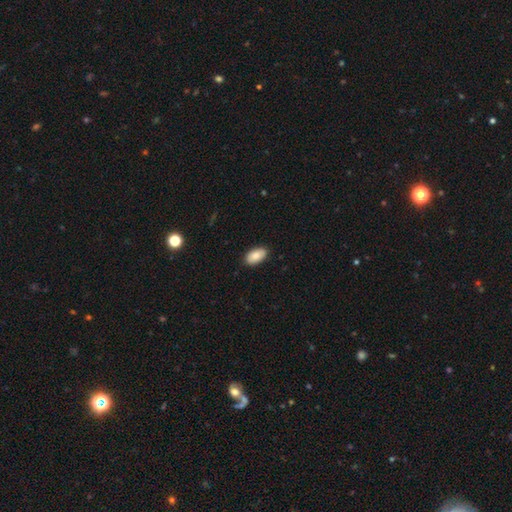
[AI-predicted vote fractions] Morphology: type=smooth (87%); roundness=in between (95%); merging=none (88%).